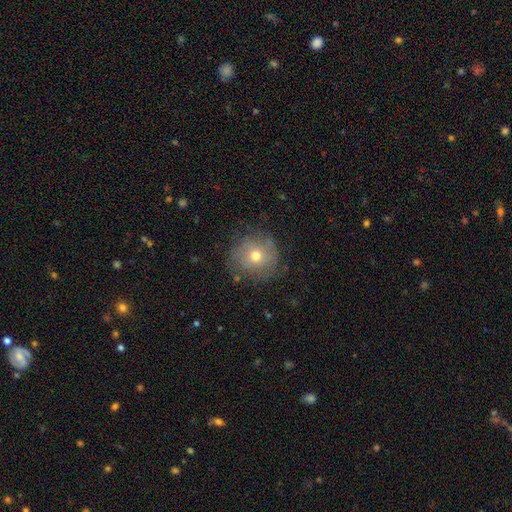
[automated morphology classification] A smooth galaxy with no disk features (65%) that is round (92%). Merging: none (75%).